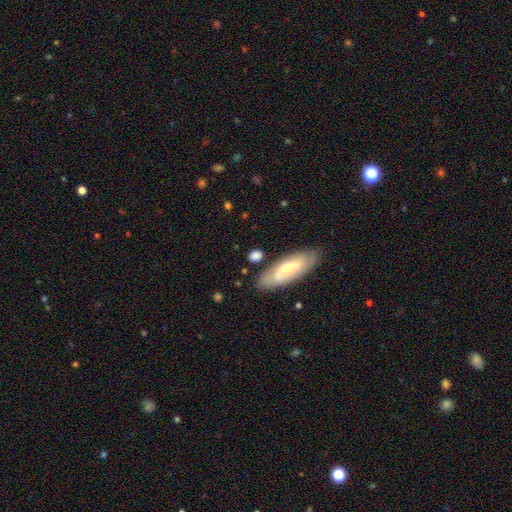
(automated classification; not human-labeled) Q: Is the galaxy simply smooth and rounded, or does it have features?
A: smooth — 62%.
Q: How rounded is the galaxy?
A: in between — 62%.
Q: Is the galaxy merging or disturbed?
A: none — 73%.